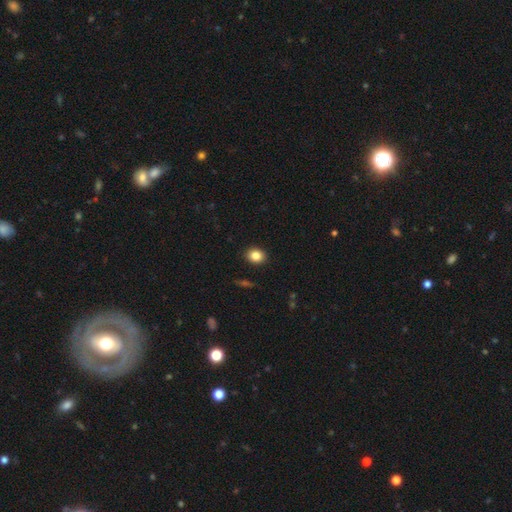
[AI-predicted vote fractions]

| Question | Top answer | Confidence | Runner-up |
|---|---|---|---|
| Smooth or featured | smooth | 85% | star or artifact (9%) |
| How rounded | round | 50% | in between (49%) |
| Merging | none | 90% | minor disturbance (7%) |